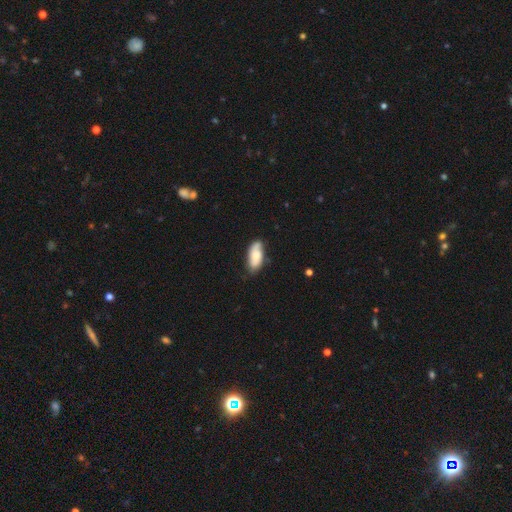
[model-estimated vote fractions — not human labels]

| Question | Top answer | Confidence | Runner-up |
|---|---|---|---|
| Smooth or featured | smooth | 67% | featured or disk (26%) |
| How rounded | in between | 87% | cigar-shaped (11%) |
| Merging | none | 68% | minor disturbance (25%) |